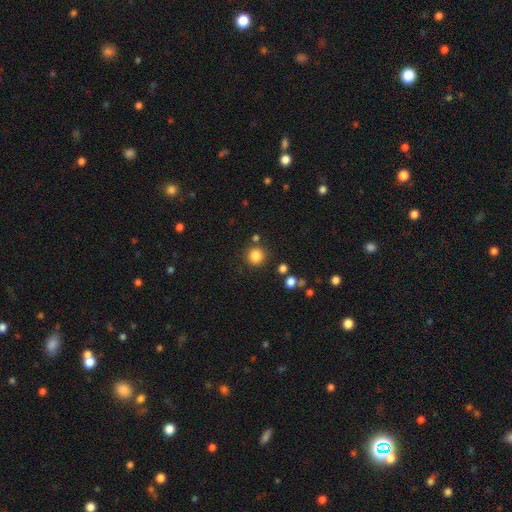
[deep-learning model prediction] This appears to be a smooth galaxy with no disk features (84%) that is round (93%). Merging: none (84%).